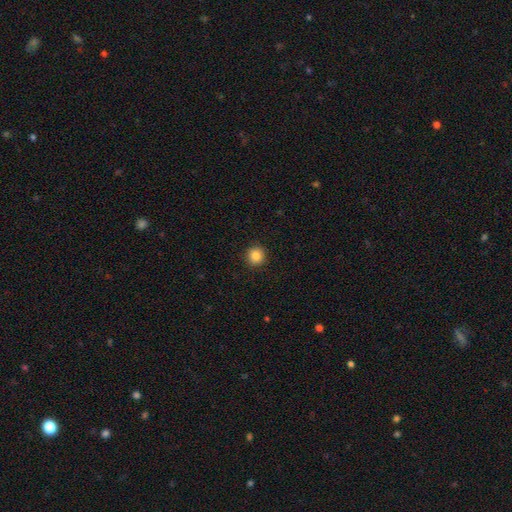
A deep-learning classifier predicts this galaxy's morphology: A smooth galaxy with no disk features (84%) that is round (94%).

Vote fractions:
- Smooth or featured? smooth: 84% / star or artifact: 10% / featured or disk: 5%
- How rounded? round: 94% / in between: 5% / cigar-shaped: 1%
- Merging? none: 93% / minor disturbance: 5% / major disturbance: 2% / merger: 1%